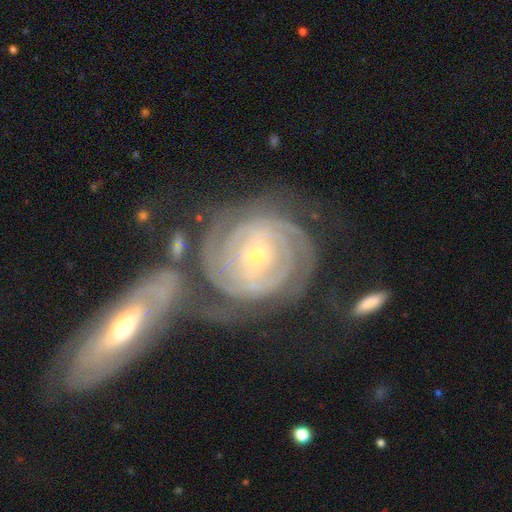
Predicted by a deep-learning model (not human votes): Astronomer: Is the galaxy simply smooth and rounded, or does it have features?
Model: featured or disk — 88%.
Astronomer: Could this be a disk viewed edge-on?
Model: no — 97%.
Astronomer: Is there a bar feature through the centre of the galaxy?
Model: no — 65%.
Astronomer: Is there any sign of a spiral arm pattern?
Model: yes — 97%.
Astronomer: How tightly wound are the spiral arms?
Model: tight — 84%.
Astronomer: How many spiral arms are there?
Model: can't tell — 28% (runner-up: 2, 23%).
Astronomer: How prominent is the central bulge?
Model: small — 76%.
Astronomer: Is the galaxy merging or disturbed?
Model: none — 47% (runner-up: merger, 28%).